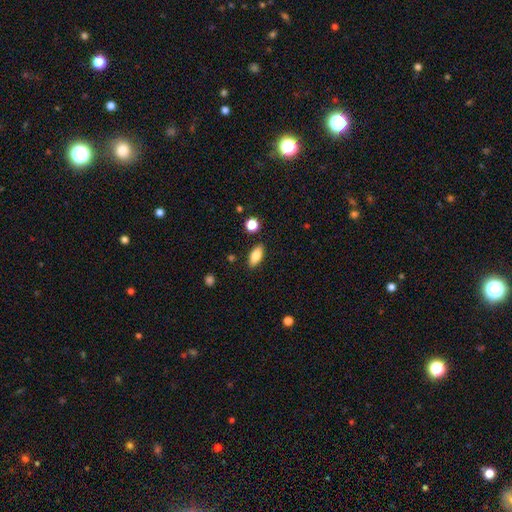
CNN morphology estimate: smooth 82%, featured or disk 11%, star or artifact 8%. Down the decision tree: how rounded — in between (84%); merging — none (87%).